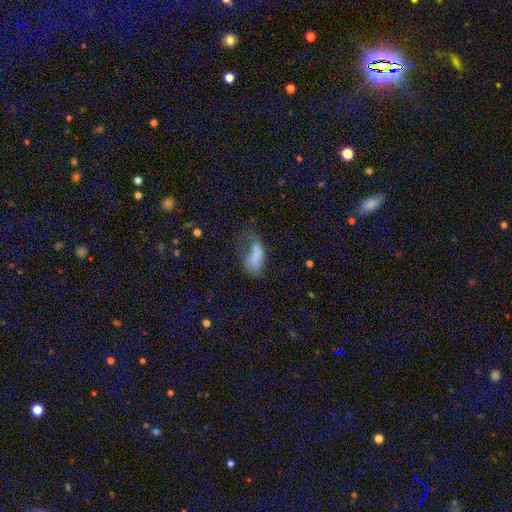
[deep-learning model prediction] A smooth galaxy with no disk features (65%) that is in between round and cigar-shaped (90%).

Vote fractions:
- Smooth or featured? smooth: 65% / featured or disk: 24% / star or artifact: 11%
- How rounded? in between: 90% / cigar-shaped: 6% / round: 5%
- Merging? major disturbance: 57% / minor disturbance: 20% / none: 16% / merger: 6%